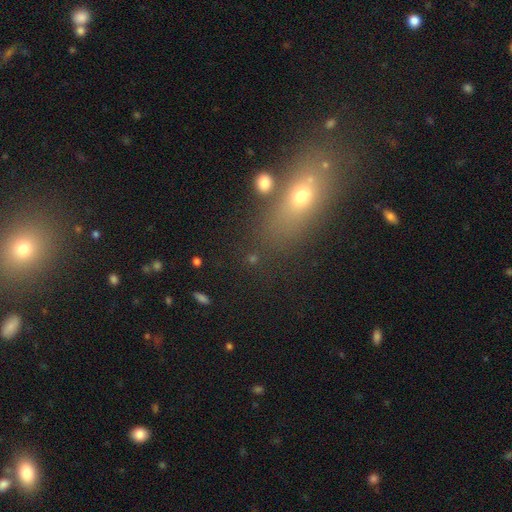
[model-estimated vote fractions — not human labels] A smooth galaxy with no disk features (53%) that is in between round and cigar-shaped (52%). Merging: none (68%).